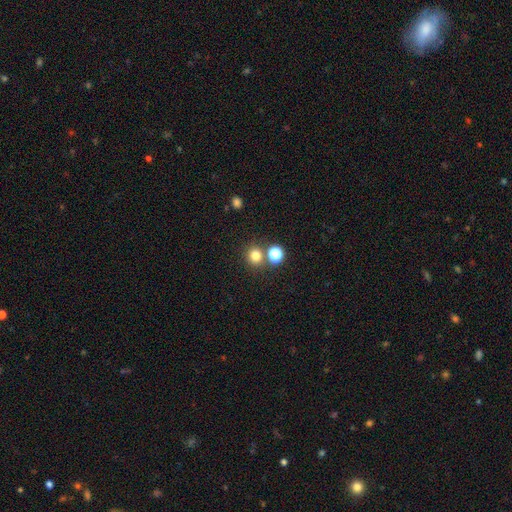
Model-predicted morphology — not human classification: smooth 78%, star or artifact 16%, featured or disk 6%. Down the decision tree: how rounded — round (87%); merging — none (73%).